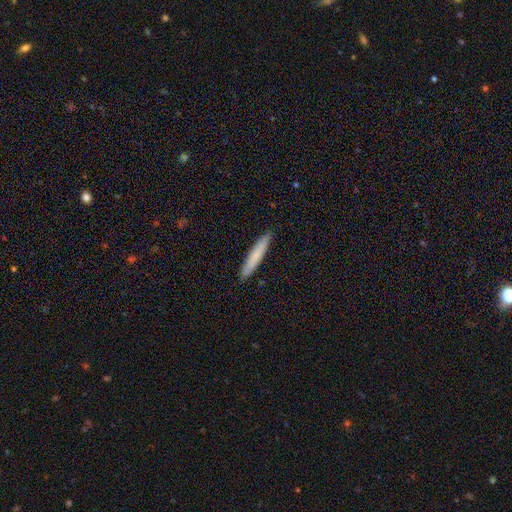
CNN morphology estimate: type=smooth (76%); roundness=cigar-shaped (94%); merging=none (91%).